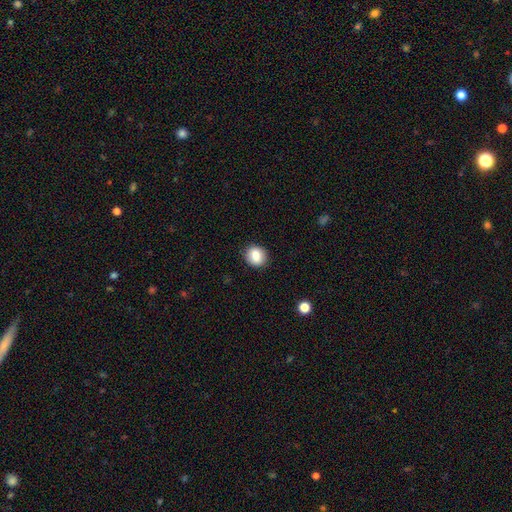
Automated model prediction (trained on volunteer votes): smooth 84%, star or artifact 9%, featured or disk 7%. Down the decision tree: how rounded — round (68%); merging — none (88%).